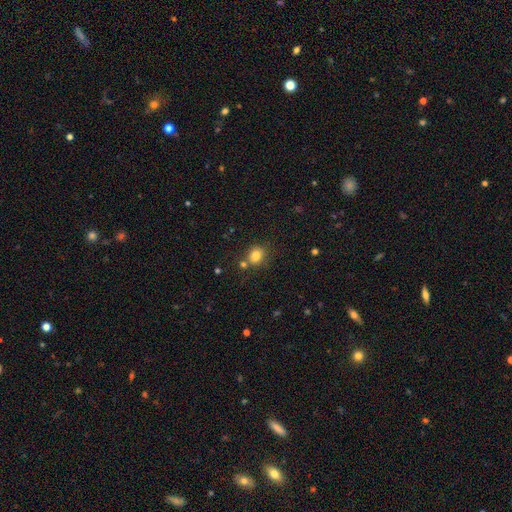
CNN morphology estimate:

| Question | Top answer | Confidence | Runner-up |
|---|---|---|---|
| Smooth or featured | smooth | 81% | star or artifact (12%) |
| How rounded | round | 73% | in between (26%) |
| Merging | none | 70% | merger (15%) |